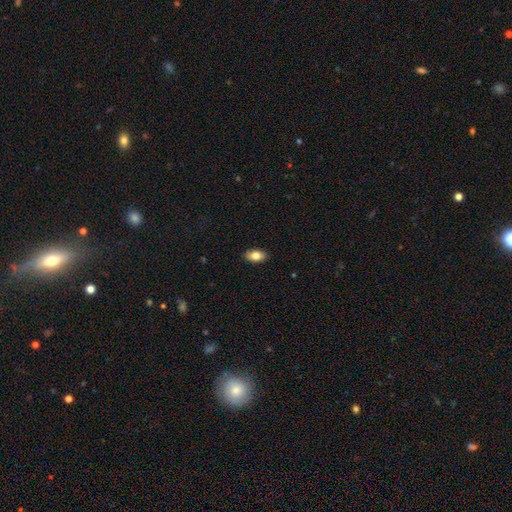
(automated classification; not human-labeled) smooth 81%, featured or disk 12%, star or artifact 7%. Down the decision tree: how rounded — in between (92%); merging — none (89%).